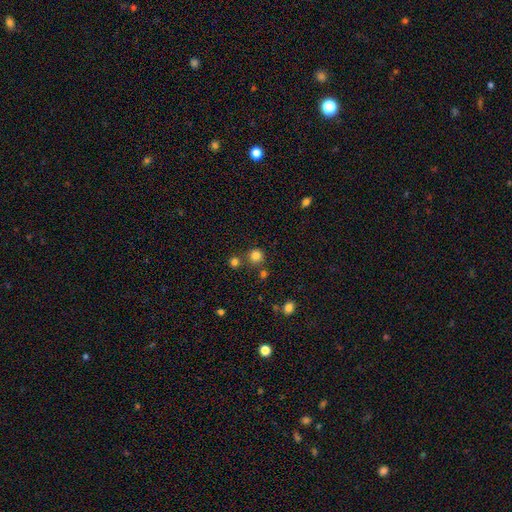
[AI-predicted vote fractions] smooth_or_featured: smooth (p=0.80) [alt: star or artifact p=0.15]
how_rounded: round (p=0.93) [alt: in between p=0.06]
merging: none (p=0.76) [alt: merger p=0.13]